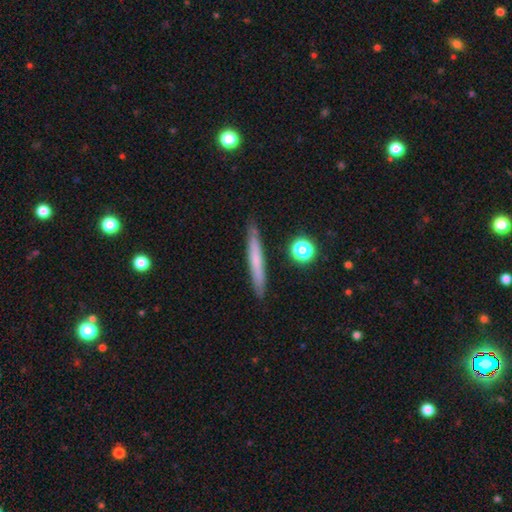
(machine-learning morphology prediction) smooth_or_featured: smooth (p=0.54) [alt: featured or disk p=0.39]
how_rounded: cigar-shaped (p=0.96) [alt: in between p=0.02]
merging: none (p=0.89) [alt: minor disturbance p=0.08]